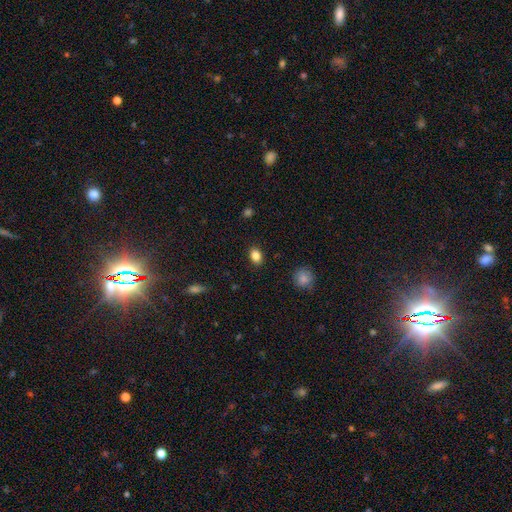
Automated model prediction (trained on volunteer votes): Q: Smooth or featured?
A: smooth (85%); runner-up: star or artifact (10%)
Q: How rounded?
A: in between (74%); runner-up: round (25%)
Q: Merging?
A: none (88%); runner-up: minor disturbance (9%)